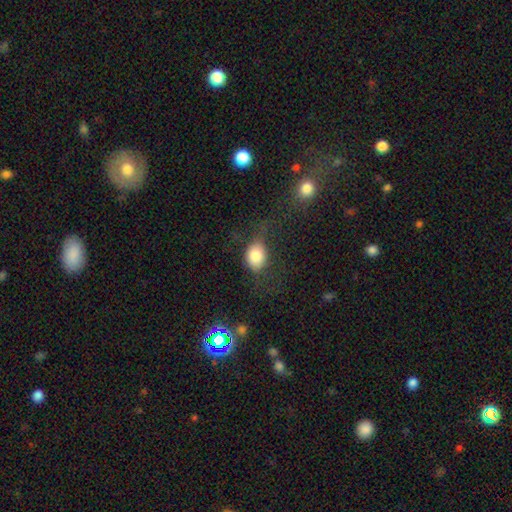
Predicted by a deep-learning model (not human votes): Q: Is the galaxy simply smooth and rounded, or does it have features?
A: smooth — 78%.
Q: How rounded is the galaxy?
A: in between — 61%.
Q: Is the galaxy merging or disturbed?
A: none — 47%.